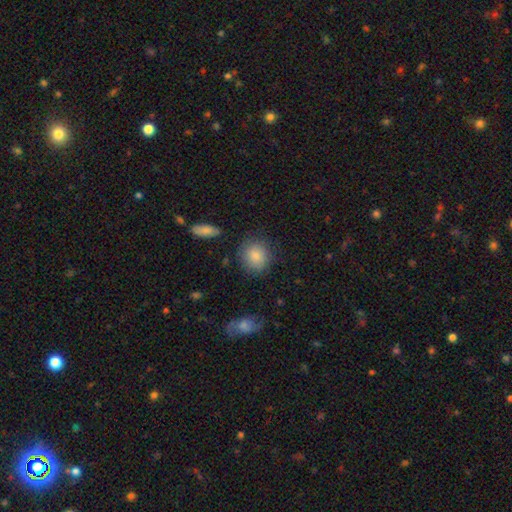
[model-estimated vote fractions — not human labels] The model was most divided on "how rounded": round: 79%, in between: 20%, cigar-shaped: 1%. More confident: smooth or featured — smooth (86%); merging — none (82%).